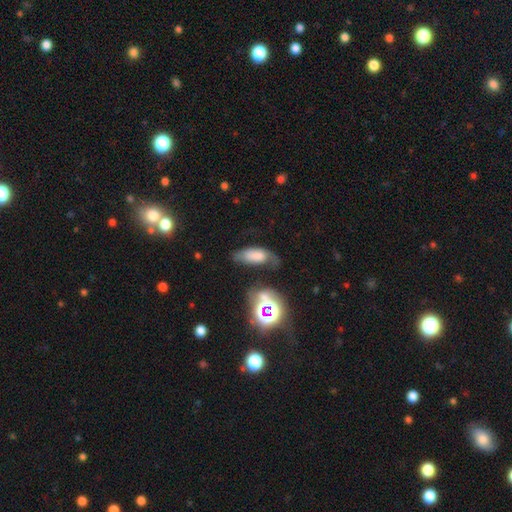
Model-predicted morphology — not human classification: smooth_or_featured: smooth (p=0.60) [alt: featured or disk p=0.23]
how_rounded: in between (p=0.83) [alt: cigar-shaped p=0.12]
merging: none (p=0.42) [alt: minor disturbance p=0.30]